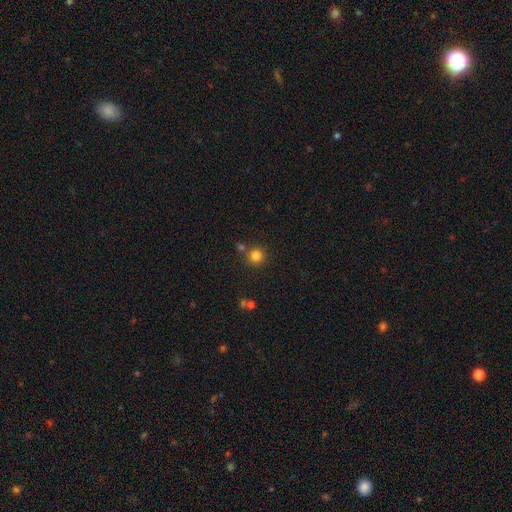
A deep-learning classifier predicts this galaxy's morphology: This appears to be a smooth galaxy with no disk features (82%) that is round (94%). Merging: none (77%).